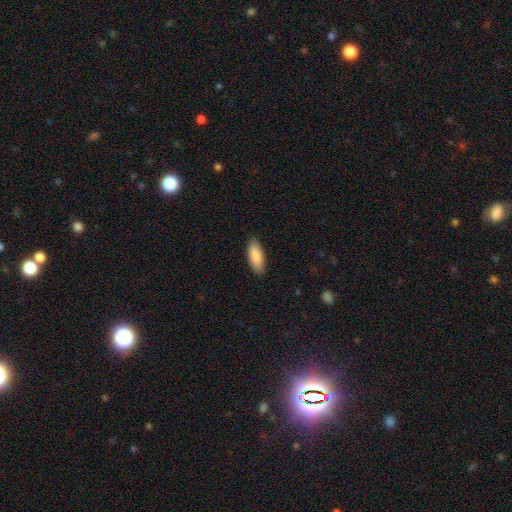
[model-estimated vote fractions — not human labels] Morphology: type=smooth (88%); roundness=in between (73%); merging=none (88%).